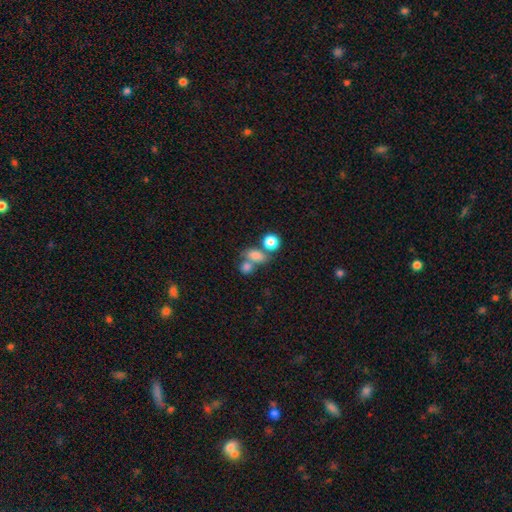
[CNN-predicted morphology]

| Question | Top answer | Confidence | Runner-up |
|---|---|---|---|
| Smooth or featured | smooth | 77% | star or artifact (13%) |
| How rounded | in between | 65% | round (32%) |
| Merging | merger | 43% | none (40%) |